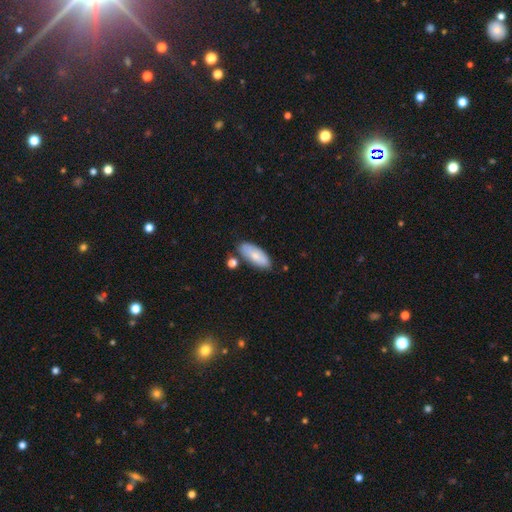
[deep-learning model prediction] Smooth or featured: smooth — 76% (featured or disk — 18%)
How rounded: in between — 79% (cigar-shaped — 19%)
Merging: none — 72% (minor disturbance — 17%)